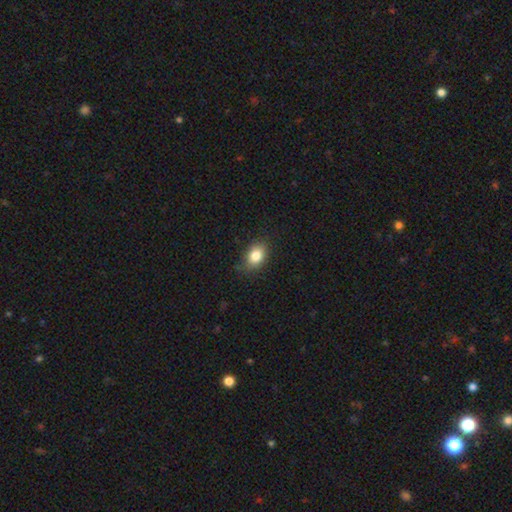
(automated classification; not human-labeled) This appears to be a smooth galaxy with no disk features (83%) that is in between round and cigar-shaped (74%). Merging: none (79%).